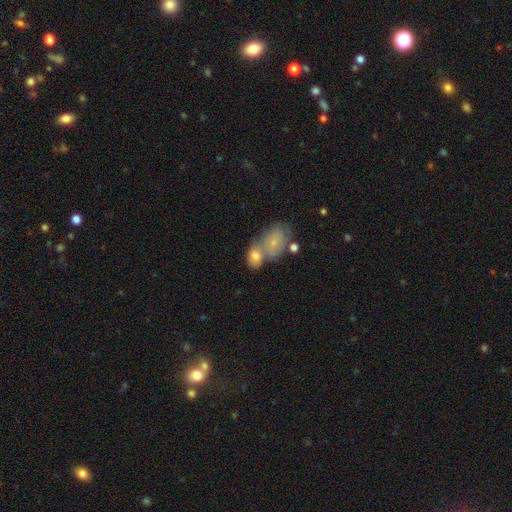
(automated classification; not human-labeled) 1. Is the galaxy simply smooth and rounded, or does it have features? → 47% smooth, 32% featured or disk, 22% star or artifact.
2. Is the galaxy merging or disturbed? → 42% merger, 39% none, 12% minor disturbance, 6% major disturbance.